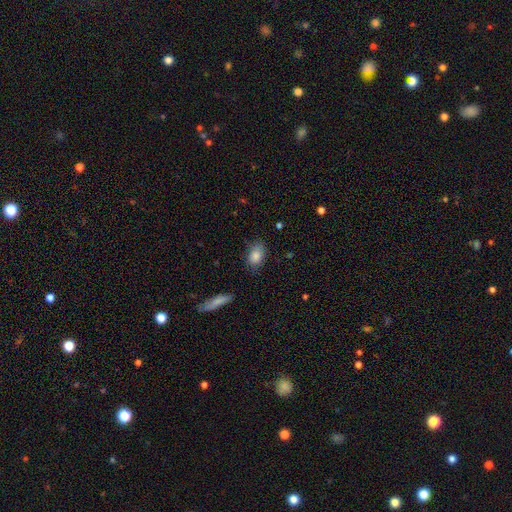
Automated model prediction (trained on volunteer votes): Overall: smooth (84%). How rounded: in between (83%). Merging: none (75%).